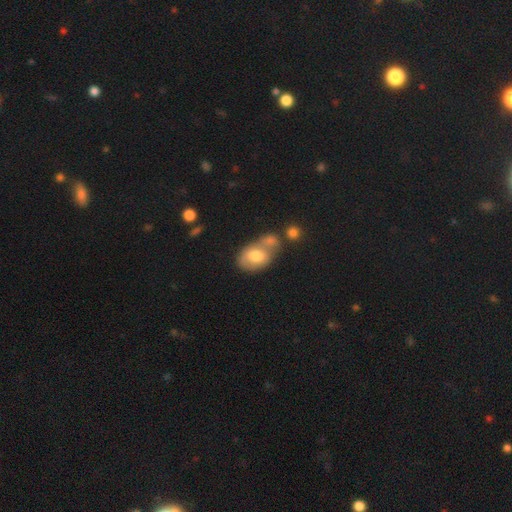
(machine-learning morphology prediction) smooth_or_featured: smooth (p=0.69) [alt: featured or disk p=0.24]
how_rounded: in between (p=0.81) [alt: round p=0.17]
merging: merger (p=0.46) [alt: none p=0.31]